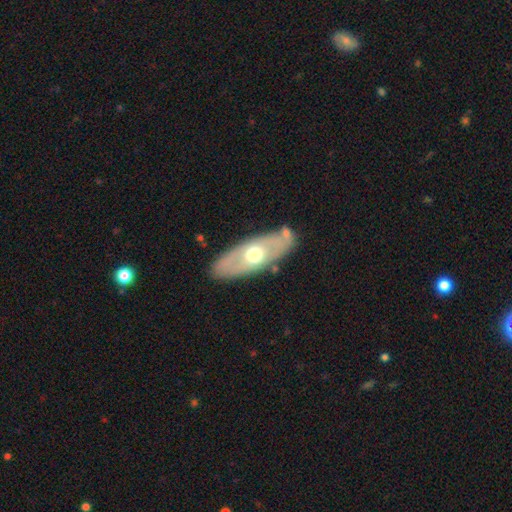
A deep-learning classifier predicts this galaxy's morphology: This appears to be a featured or disk galaxy (56%). Merging: none (82%).